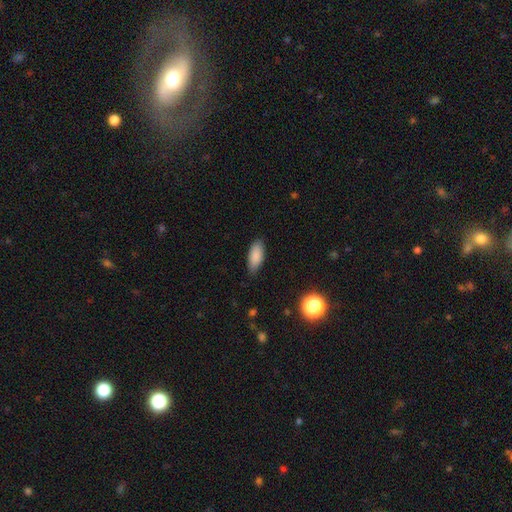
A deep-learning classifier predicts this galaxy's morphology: Smooth or featured?
  - smooth: 87% *
  - star or artifact: 7%
  - featured or disk: 6%
How rounded?
  - in between: 84% *
  - cigar-shaped: 14%
  - round: 2%
Merging?
  - none: 81% *
  - minor disturbance: 15%
  - major disturbance: 3%
  - merger: 1%